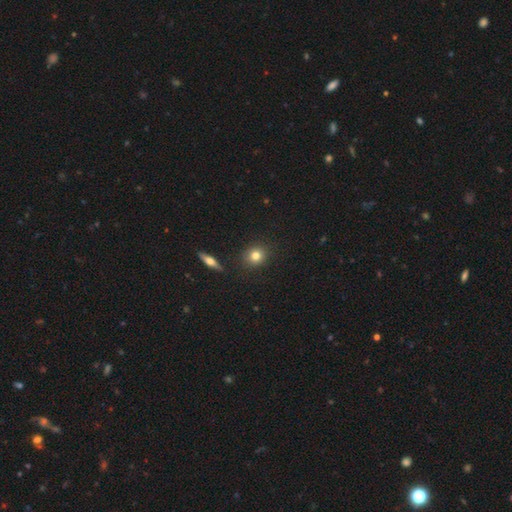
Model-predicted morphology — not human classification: smooth 80%, star or artifact 10%, featured or disk 10%. Down the decision tree: how rounded — round (82%); merging — none (88%).